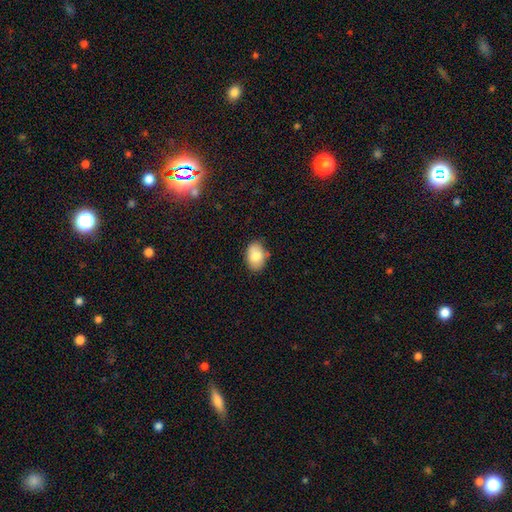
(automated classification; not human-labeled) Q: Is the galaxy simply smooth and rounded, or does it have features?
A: smooth — 82%.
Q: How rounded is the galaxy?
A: in between — 83%.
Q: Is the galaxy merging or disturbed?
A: none — 79%.